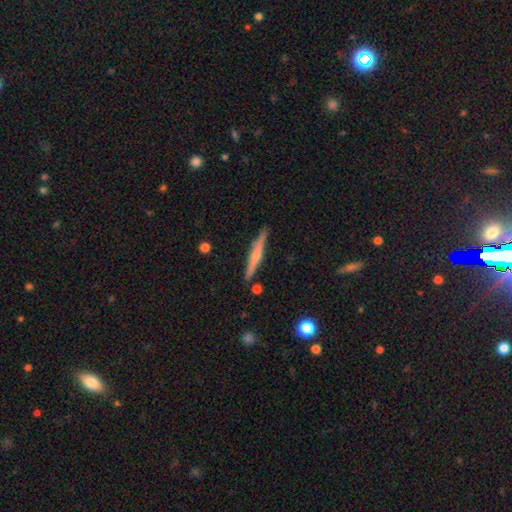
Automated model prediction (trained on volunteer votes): The model was most divided on "smooth or featured": featured or disk: 55%, smooth: 39%, star or artifact: 6%. More confident: edge-on disk — yes (97%); merging — none (87%); edge-on bulge — rounded (58%).